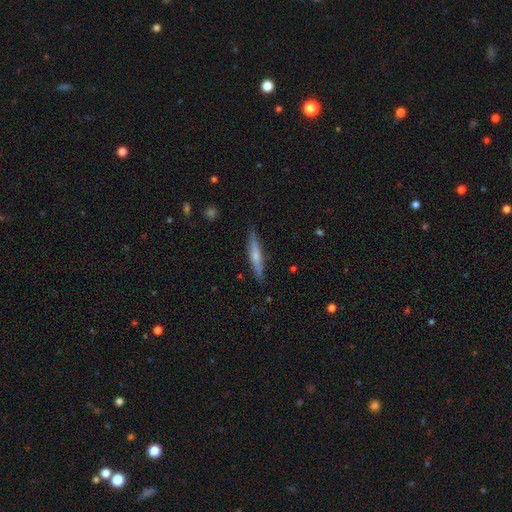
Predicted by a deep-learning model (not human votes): Smooth or featured? Predicted: featured or disk (p=0.50). Merging? Predicted: none (p=0.87).